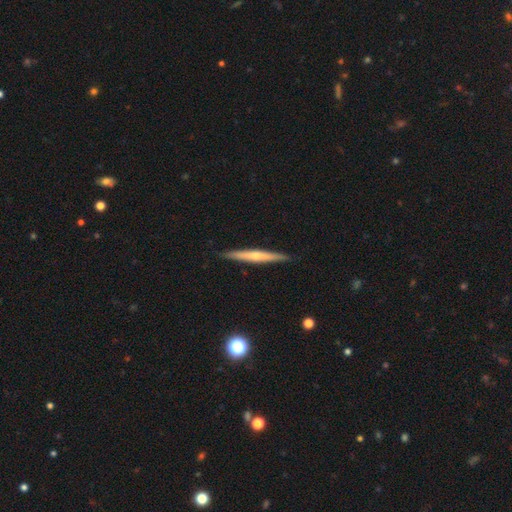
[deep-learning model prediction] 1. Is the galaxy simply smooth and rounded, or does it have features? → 56% featured or disk, 38% smooth, 5% star or artifact.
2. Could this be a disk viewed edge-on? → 96% yes, 4% no.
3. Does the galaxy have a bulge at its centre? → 63% rounded, 33% none, 5% boxy.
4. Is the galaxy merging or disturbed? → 90% none, 7% minor disturbance, 1% major disturbance, 1% merger.